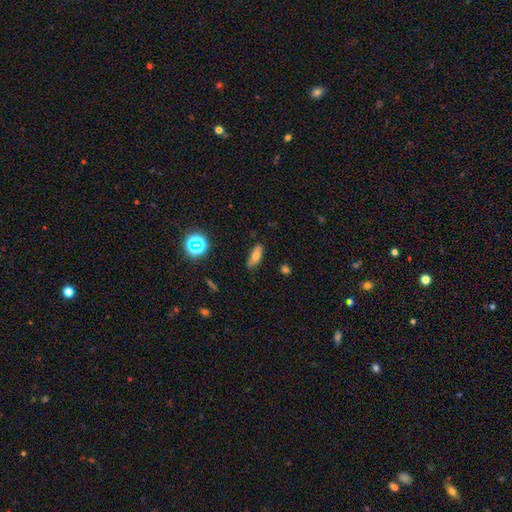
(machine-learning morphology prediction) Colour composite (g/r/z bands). It shows a smooth galaxy with no disk features (69%) that is in between round and cigar-shaped (66%). Merging: none (83%).